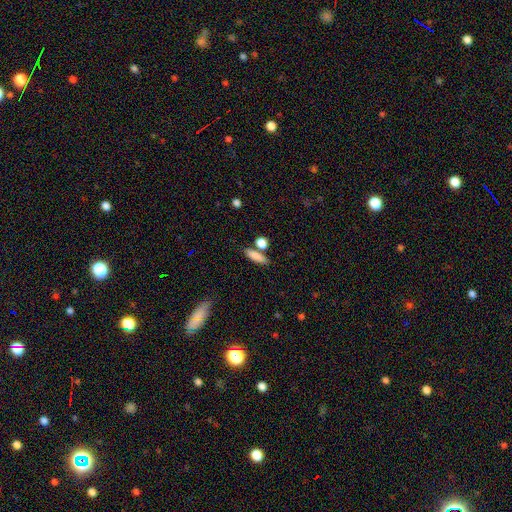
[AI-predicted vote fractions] Q: Smooth or featured?
A: smooth (82%); runner-up: featured or disk (10%)
Q: How rounded?
A: cigar-shaped (48%); runner-up: in between (42%)
Q: Merging?
A: none (69%); runner-up: merger (16%)